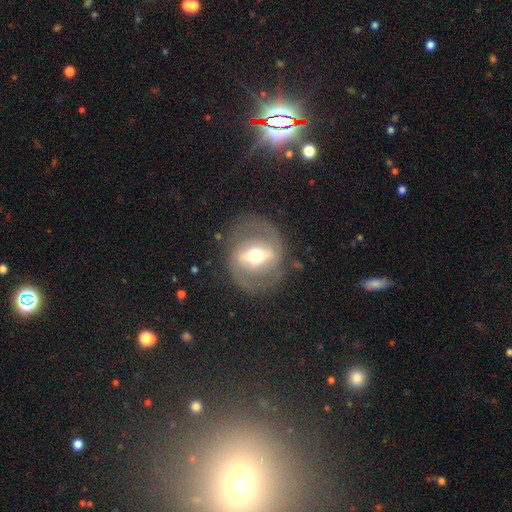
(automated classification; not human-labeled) This appears to be a featured or disk galaxy (74%) with a strong bar (63%), spiral arms (56%) and a moderate central bulge (65%). Merging: none (76%).